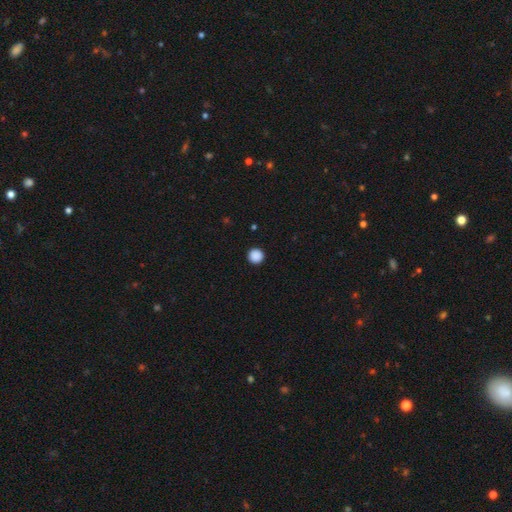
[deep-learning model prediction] The model was most divided on "smooth or featured": smooth: 89%, star or artifact: 9%, featured or disk: 2%. More confident: how rounded — round (96%); merging — none (93%).